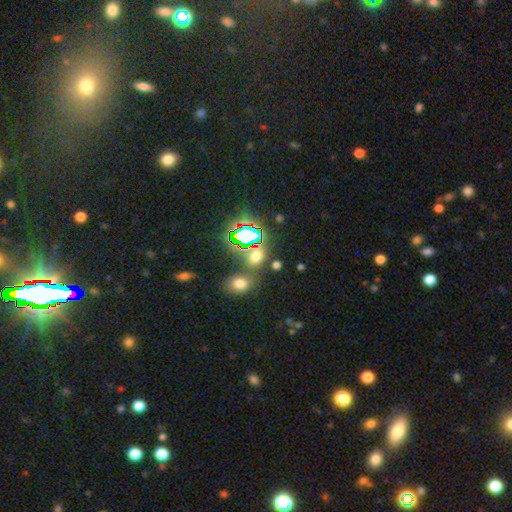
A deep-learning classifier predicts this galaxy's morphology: Q: Smooth or featured?
A: smooth (49%); runner-up: star or artifact (43%)
Q: Merging?
A: none (65%); runner-up: merger (20%)